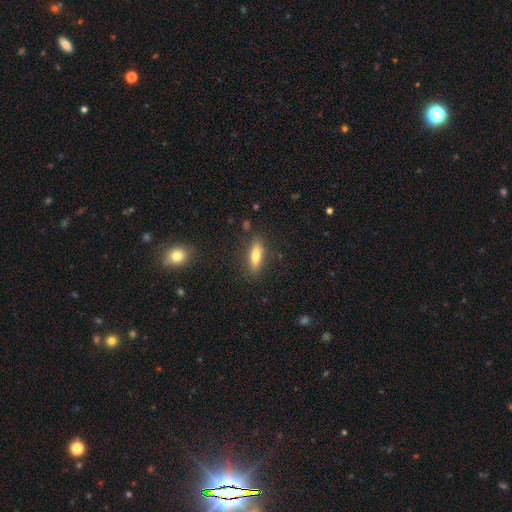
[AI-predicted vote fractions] smooth 68%, featured or disk 24%, star or artifact 8%. Down the decision tree: how rounded — in between (49%); merging — none (83%).